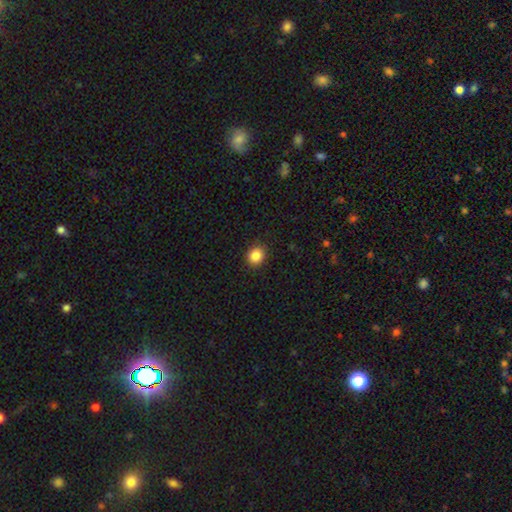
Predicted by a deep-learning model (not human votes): smooth_or_featured: smooth (p=0.86) [alt: star or artifact p=0.10]
how_rounded: round (p=0.78) [alt: in between p=0.21]
merging: none (p=0.90) [alt: minor disturbance p=0.07]